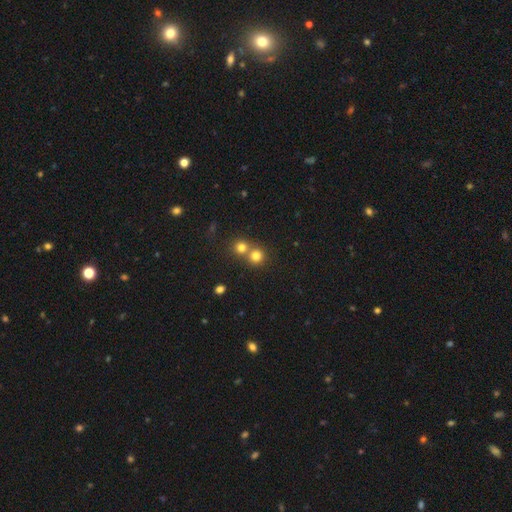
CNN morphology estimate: Smooth or featured? smooth (77%)
How rounded? round (89%)
Merging? none (49%)